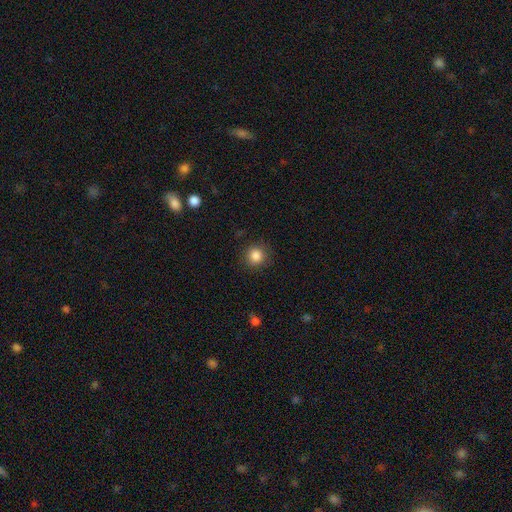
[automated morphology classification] smooth 85%, star or artifact 11%, featured or disk 4%. Down the decision tree: how rounded — round (92%); merging — none (89%).